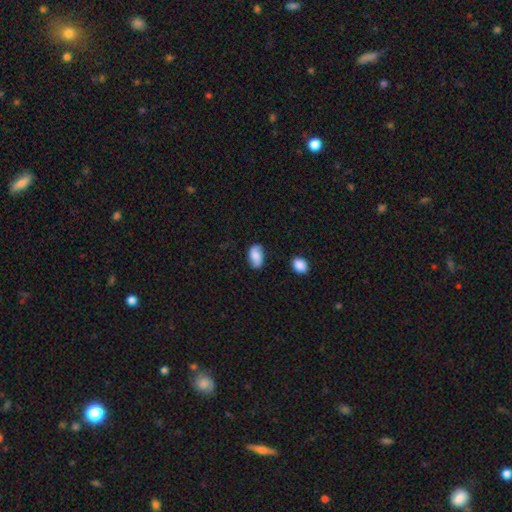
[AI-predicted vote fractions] Smooth or featured: smooth — 68% (featured or disk — 23%)
How rounded: in between — 90% (round — 8%)
Merging: none — 74% (minor disturbance — 19%)